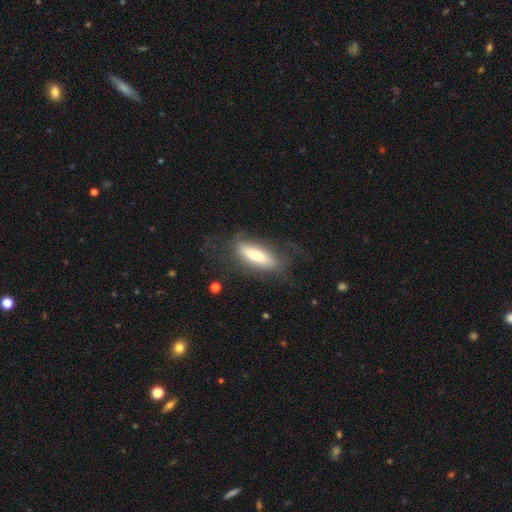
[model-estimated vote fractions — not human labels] The model was most divided on "how rounded": in between: 57%, cigar-shaped: 41%, round: 2%. More confident: merging — none (64%); smooth or featured — smooth (56%).